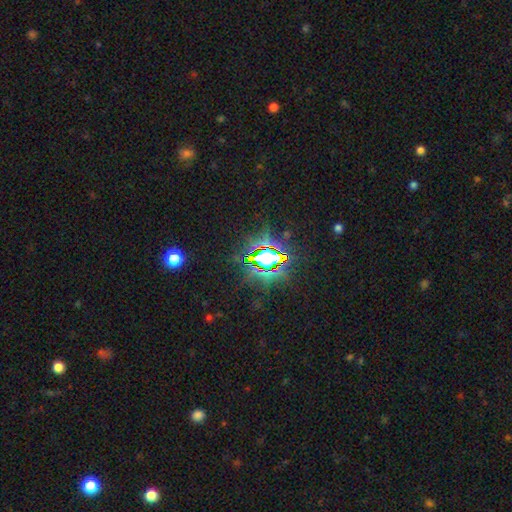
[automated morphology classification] smooth-or-featured: star or artifact: 82% | smooth: 10% | featured or disk: 8%